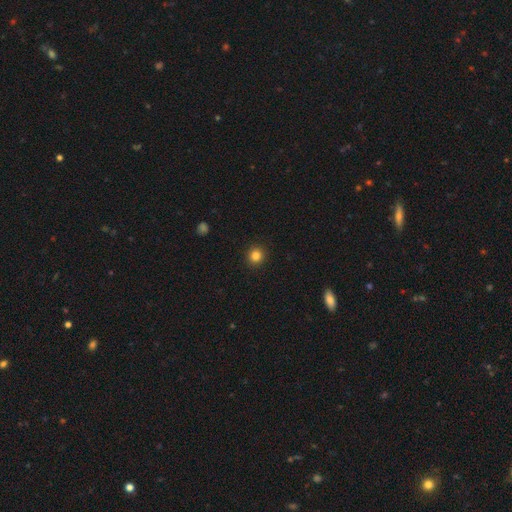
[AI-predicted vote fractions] Smooth or featured: smooth — 84% (star or artifact — 12%)
How rounded: round — 93% (in between — 6%)
Merging: none — 93% (minor disturbance — 5%)